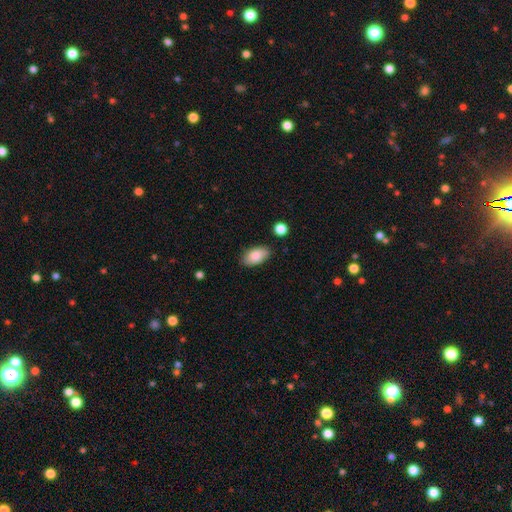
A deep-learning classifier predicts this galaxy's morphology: The model was most divided on "merging": none: 83%, minor disturbance: 13%, major disturbance: 3%, merger: 2%. More confident: how rounded — in between (94%); smooth or featured — smooth (85%).